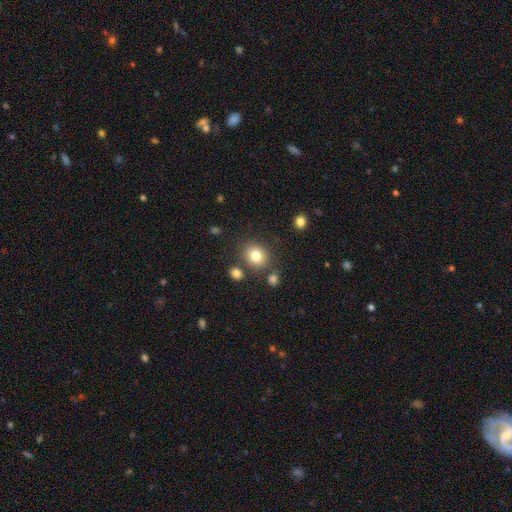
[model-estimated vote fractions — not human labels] Smooth or featured? Predicted: smooth (p=0.81). How rounded? Predicted: round (p=0.73). Merging? Predicted: none (p=0.77).